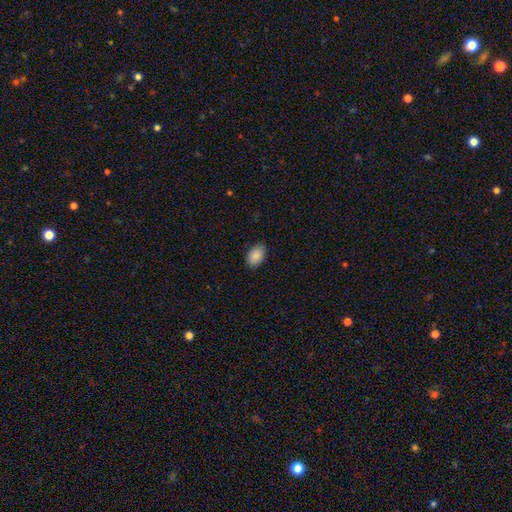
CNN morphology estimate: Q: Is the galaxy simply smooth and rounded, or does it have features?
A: smooth — 89%.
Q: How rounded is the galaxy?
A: in between — 89%.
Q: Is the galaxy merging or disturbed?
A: none — 86%.